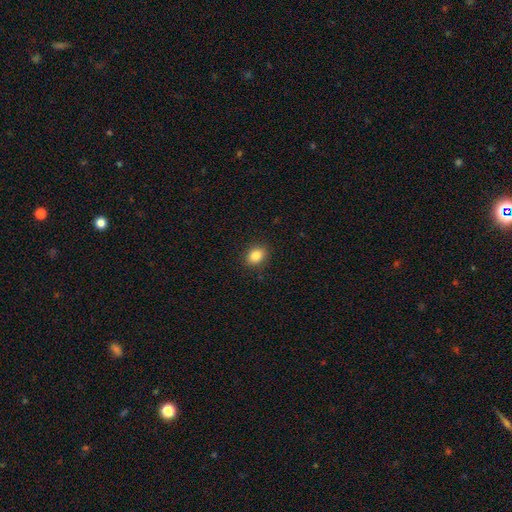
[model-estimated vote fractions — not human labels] Smooth or featured? smooth (84%)
How rounded? in between (59%)
Merging? none (88%)